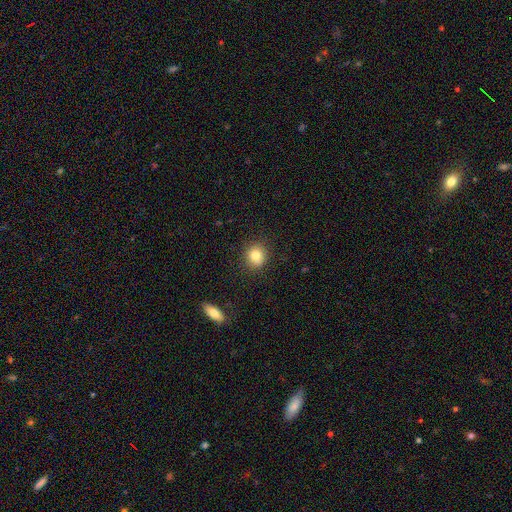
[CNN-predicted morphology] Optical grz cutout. It shows a smooth galaxy with no disk features (81%) that is round (84%). Merging: none (87%).